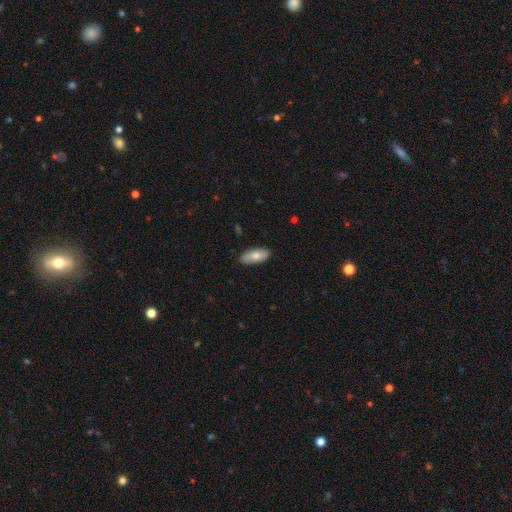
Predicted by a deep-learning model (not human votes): Smooth or featured: smooth — 74% (featured or disk — 20%)
How rounded: in between — 84% (cigar-shaped — 14%)
Merging: none — 87% (minor disturbance — 10%)